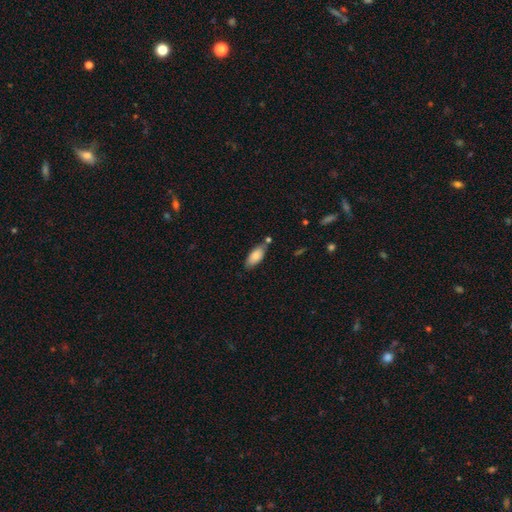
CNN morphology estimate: Smooth or featured: smooth — 84% (featured or disk — 10%)
How rounded: in between — 86% (cigar-shaped — 12%)
Merging: none — 67% (minor disturbance — 18%)